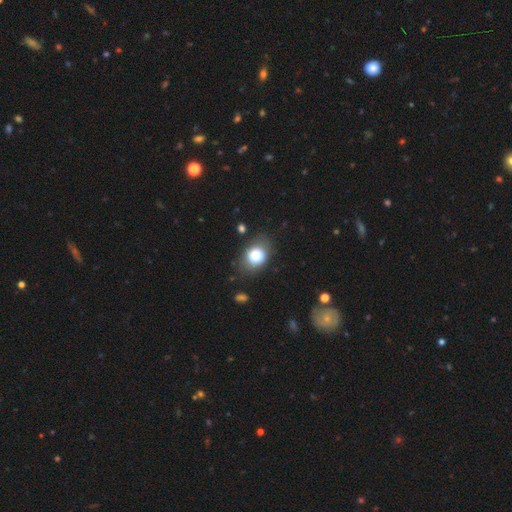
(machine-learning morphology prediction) Q: Smooth or featured?
A: smooth (82%); runner-up: featured or disk (9%)
Q: How rounded?
A: in between (61%); runner-up: round (38%)
Q: Merging?
A: none (75%); runner-up: minor disturbance (18%)